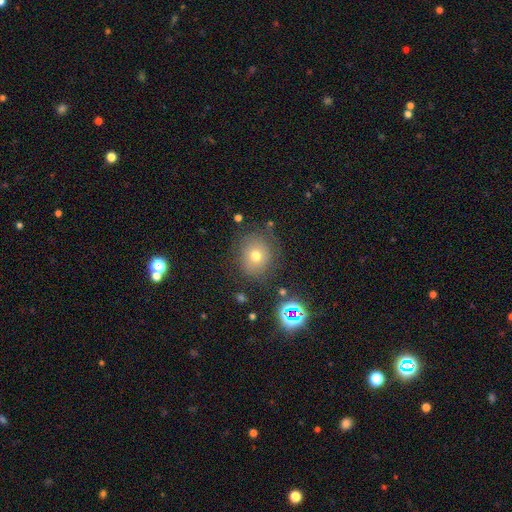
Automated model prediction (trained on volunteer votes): Q: Smooth or featured?
A: smooth (68%); runner-up: star or artifact (16%)
Q: How rounded?
A: round (78%); runner-up: in between (21%)
Q: Merging?
A: none (77%); runner-up: minor disturbance (14%)